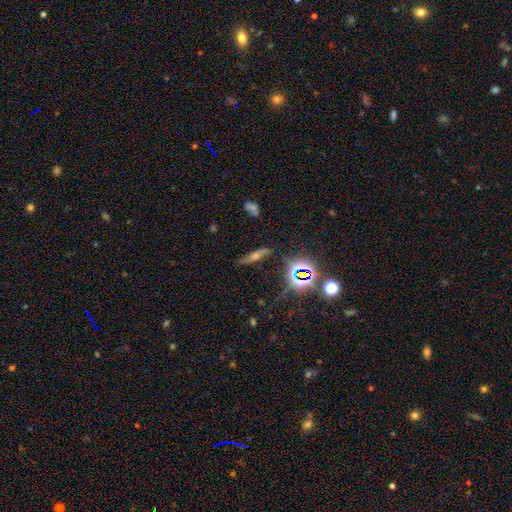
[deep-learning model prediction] This appears to be a featured or disk galaxy (39%). Merging: none (81%).